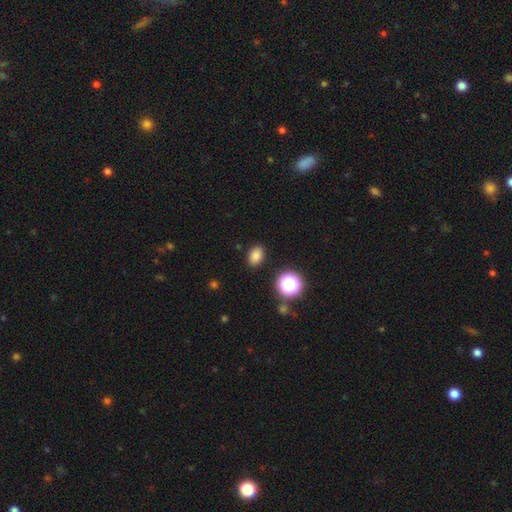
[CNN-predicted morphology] A smooth galaxy with no disk features (81%) that is in between round and cigar-shaped (76%). Merging: none (88%).